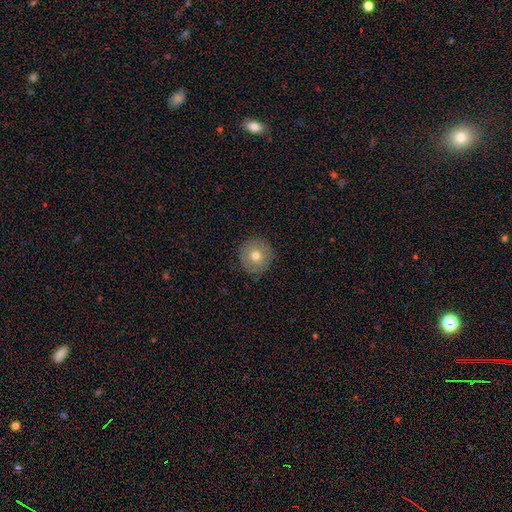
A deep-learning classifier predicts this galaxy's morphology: smooth_or_featured: smooth (p=0.70) [alt: featured or disk p=0.20]
how_rounded: round (p=0.96) [alt: in between p=0.03]
merging: none (p=0.89) [alt: minor disturbance p=0.08]